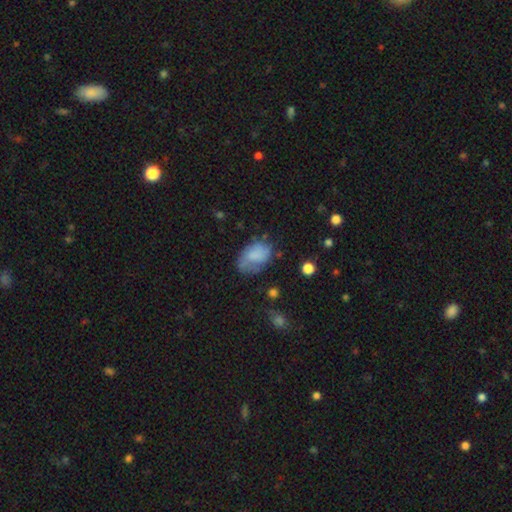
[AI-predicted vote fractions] Q: Smooth or featured?
A: smooth (68%); runner-up: featured or disk (22%)
Q: How rounded?
A: in between (84%); runner-up: round (15%)
Q: Merging?
A: none (48%); runner-up: minor disturbance (31%)